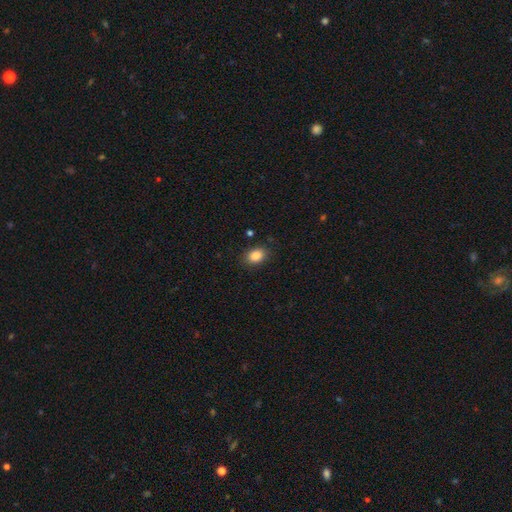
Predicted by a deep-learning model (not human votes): A smooth galaxy with no disk features (86%) that is in between round and cigar-shaped (78%). Merging: none (86%).